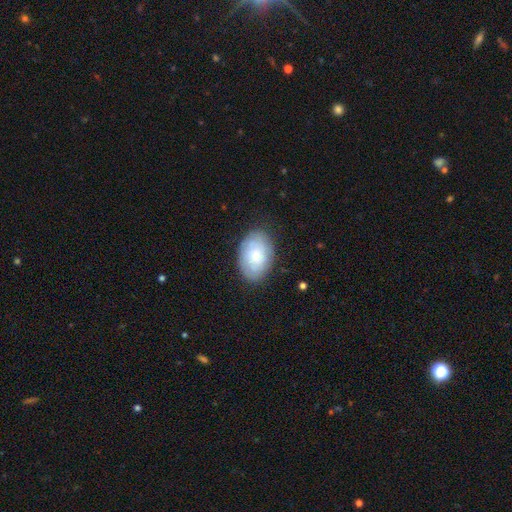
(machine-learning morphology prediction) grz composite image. It shows a smooth galaxy with no disk features (62%) that is in between round and cigar-shaped (88%). Merging: none (80%).